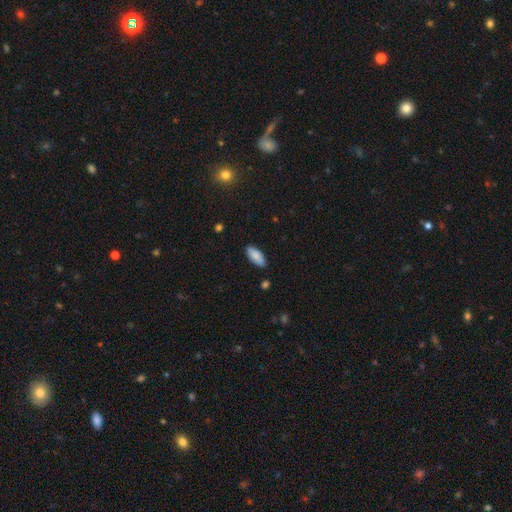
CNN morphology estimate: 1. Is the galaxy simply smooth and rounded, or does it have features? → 84% smooth, 10% featured or disk, 6% star or artifact.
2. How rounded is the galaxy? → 85% in between, 14% cigar-shaped, 2% round.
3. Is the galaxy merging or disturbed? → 86% none, 11% minor disturbance, 2% major disturbance, 1% merger.